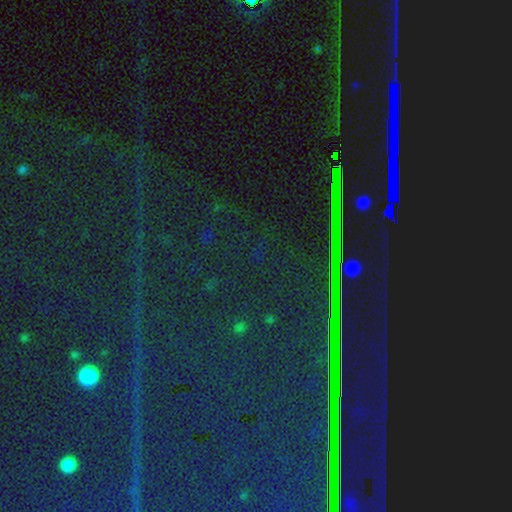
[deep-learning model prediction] A star or artifact, not a galaxy (86%).